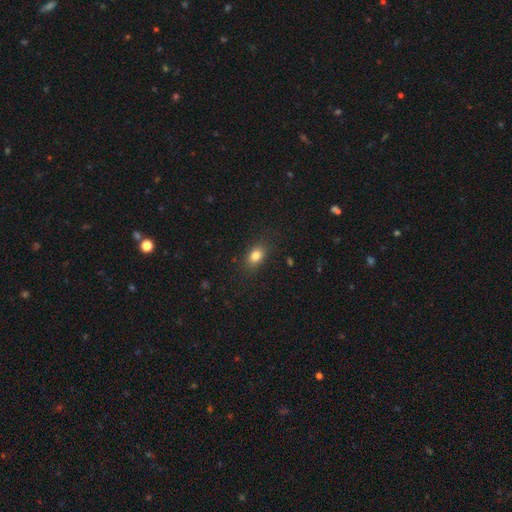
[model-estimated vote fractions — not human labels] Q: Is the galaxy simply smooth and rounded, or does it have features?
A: smooth — 82%.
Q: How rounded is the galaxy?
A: in between — 75%.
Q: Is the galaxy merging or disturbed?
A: none — 84%.